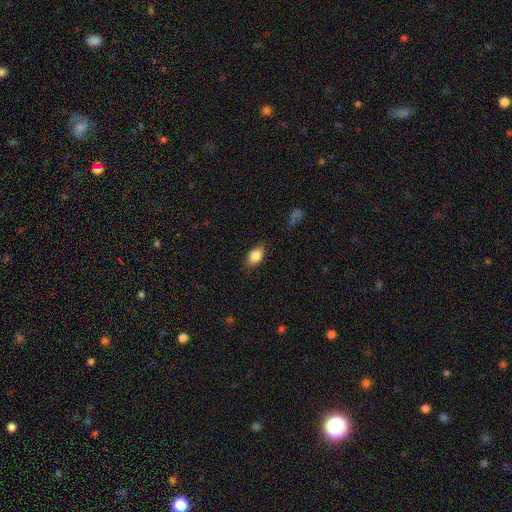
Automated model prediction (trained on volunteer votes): Smooth or featured?
  - smooth: 84% *
  - featured or disk: 8%
  - star or artifact: 8%
How rounded?
  - in between: 85% *
  - round: 13%
  - cigar-shaped: 3%
Merging?
  - none: 80% *
  - minor disturbance: 16%
  - major disturbance: 3%
  - merger: 1%